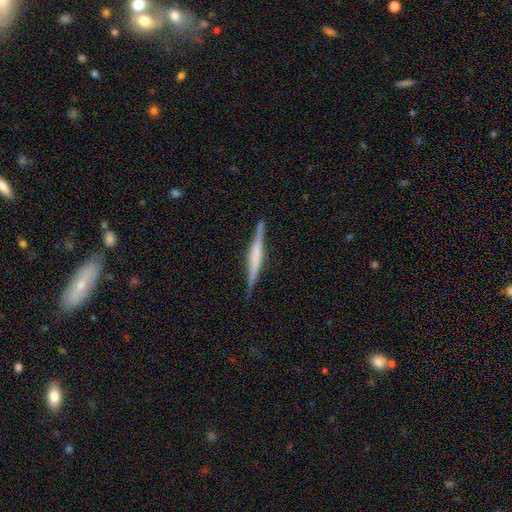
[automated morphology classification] A featured or disk galaxy (70%) viewed edge-on (98%) with a boxy central bulge (39%). Merging: none (87%).